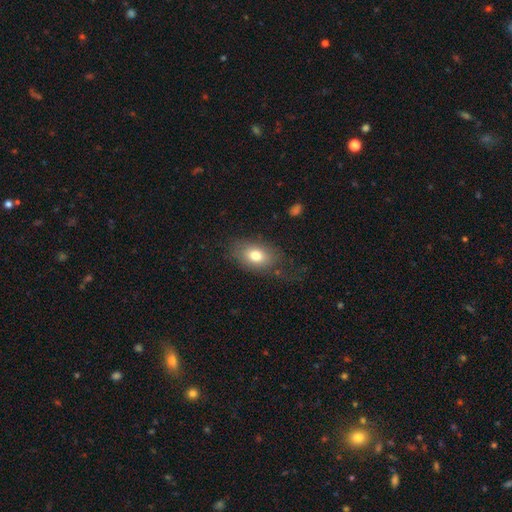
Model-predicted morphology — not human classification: smooth_or_featured: smooth (p=0.75) [alt: featured or disk p=0.16]
how_rounded: in between (p=0.82) [alt: round p=0.16]
merging: none (p=0.67) [alt: minor disturbance p=0.19]